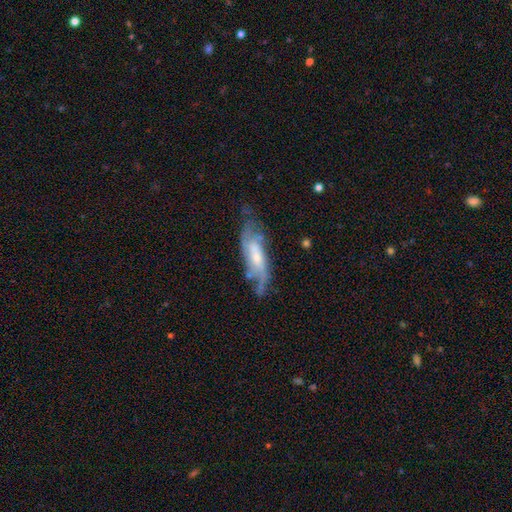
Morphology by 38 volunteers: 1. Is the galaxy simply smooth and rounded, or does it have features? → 63% featured or disk, 32% smooth, 5% star or artifact.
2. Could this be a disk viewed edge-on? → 92% no, 8% yes.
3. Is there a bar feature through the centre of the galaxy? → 45% no, 41% weak, 14% strong.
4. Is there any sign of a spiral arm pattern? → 91% yes, 9% no.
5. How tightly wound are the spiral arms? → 60% medium, 30% tight, 10% loose.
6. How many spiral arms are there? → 60% 2, 30% can't tell, 5% 1, 5% 3, 0% 4, 0% more than 4.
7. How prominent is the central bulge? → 50% small, 27% moderate, 14% large, 9% none, 0% dominant.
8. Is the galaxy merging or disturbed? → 64% none, 22% minor disturbance, 14% major disturbance, 0% merger.